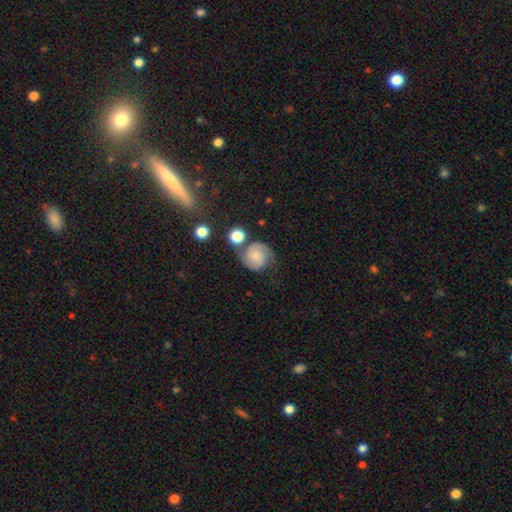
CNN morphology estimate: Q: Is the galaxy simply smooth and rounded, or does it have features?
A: featured or disk — 69%.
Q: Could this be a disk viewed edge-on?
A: no — 98%.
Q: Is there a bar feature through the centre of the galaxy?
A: no — 73%.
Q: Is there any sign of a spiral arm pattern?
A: yes — 96%.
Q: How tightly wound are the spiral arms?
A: medium — 44%.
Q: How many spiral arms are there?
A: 2 — 89%.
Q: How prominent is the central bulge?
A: small — 53%.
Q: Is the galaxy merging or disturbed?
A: none — 62%.